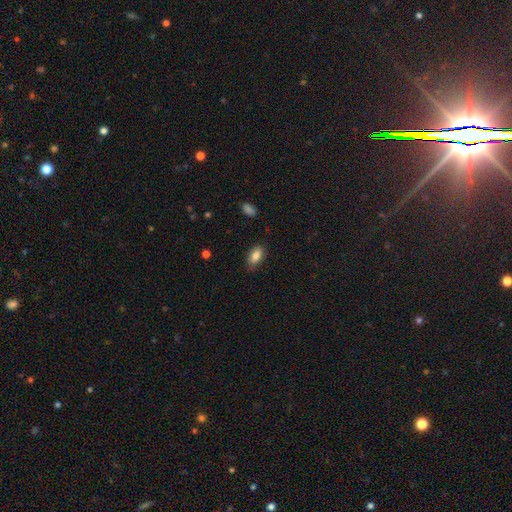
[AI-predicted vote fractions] Smooth or featured?
  - smooth: 84% *
  - featured or disk: 8%
  - star or artifact: 8%
How rounded?
  - in between: 89% *
  - cigar-shaped: 7%
  - round: 4%
Merging?
  - none: 82% *
  - minor disturbance: 14%
  - major disturbance: 3%
  - merger: 1%